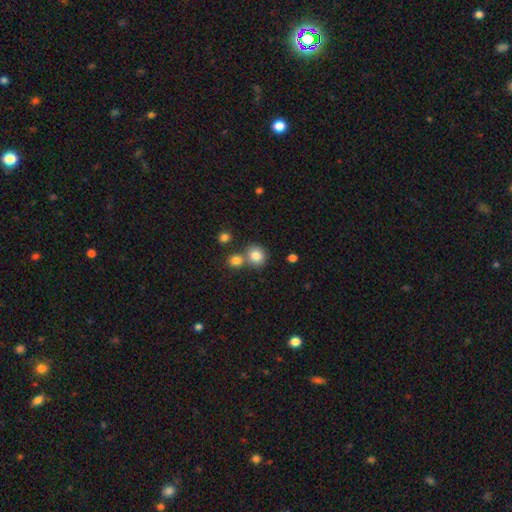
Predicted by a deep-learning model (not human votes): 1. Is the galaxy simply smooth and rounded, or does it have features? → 82% smooth, 11% star or artifact, 7% featured or disk.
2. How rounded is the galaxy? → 80% round, 19% in between, 1% cigar-shaped.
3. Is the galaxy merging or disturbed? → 61% none, 27% merger, 9% minor disturbance, 3% major disturbance.